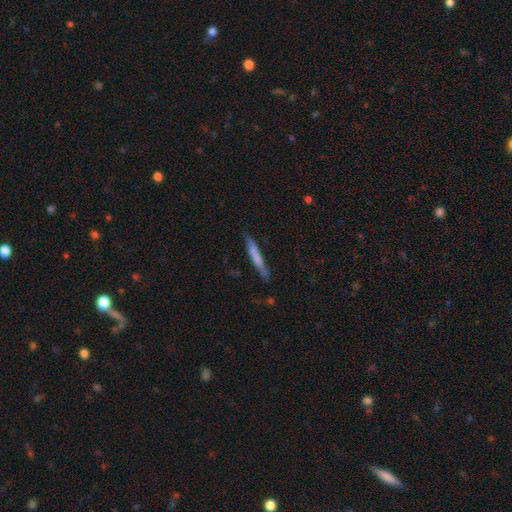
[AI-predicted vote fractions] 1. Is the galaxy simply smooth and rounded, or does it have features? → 61% smooth, 33% featured or disk, 6% star or artifact.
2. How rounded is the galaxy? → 95% cigar-shaped, 4% in between, 1% round.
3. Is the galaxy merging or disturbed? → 80% none, 15% minor disturbance, 3% major disturbance, 2% merger.